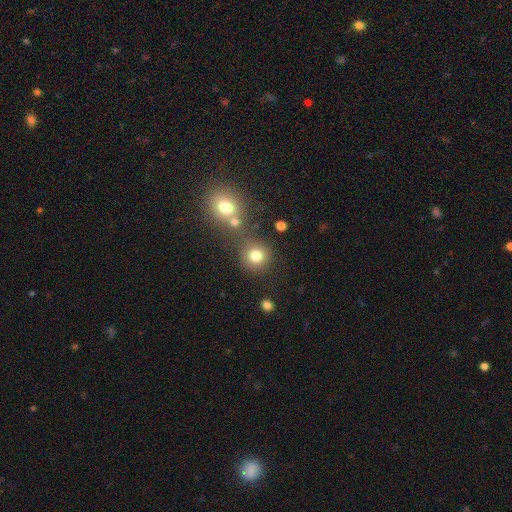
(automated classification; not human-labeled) A smooth galaxy with no disk features (79%) that is round (89%).

Vote fractions:
- Smooth or featured? smooth: 79% / star or artifact: 14% / featured or disk: 7%
- How rounded? round: 89% / in between: 10% / cigar-shaped: 1%
- Merging? none: 65% / merger: 20% / minor disturbance: 9% / major disturbance: 5%